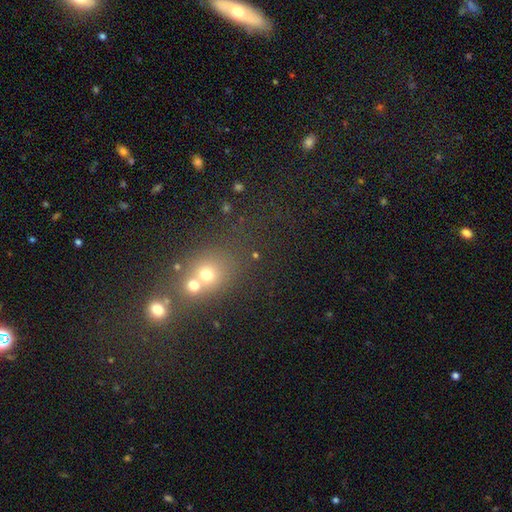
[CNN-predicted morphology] Smooth or featured: smooth — 54% (star or artifact — 32%)
How rounded: round — 70% (in between — 28%)
Merging: none — 49% (merger — 36%)